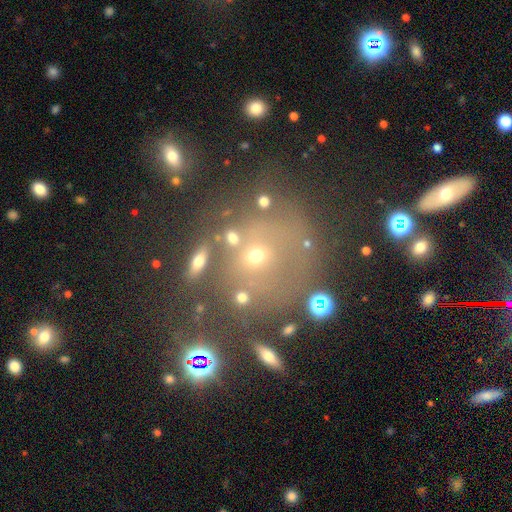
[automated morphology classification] smooth_or_featured: star or artifact (p=0.38) [alt: smooth p=0.37]